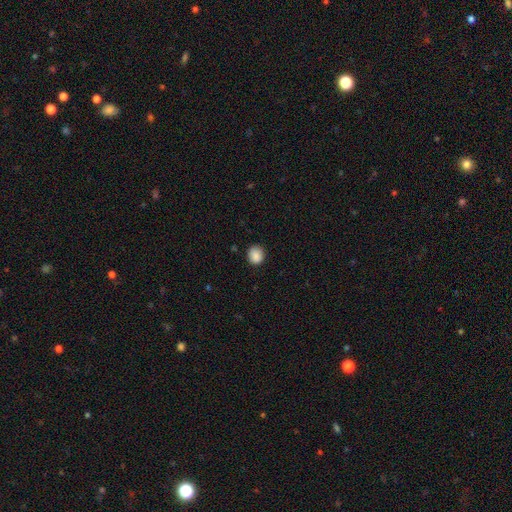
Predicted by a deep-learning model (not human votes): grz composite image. It shows a smooth galaxy with no disk features (88%) that is round (81%). Merging: none (86%).